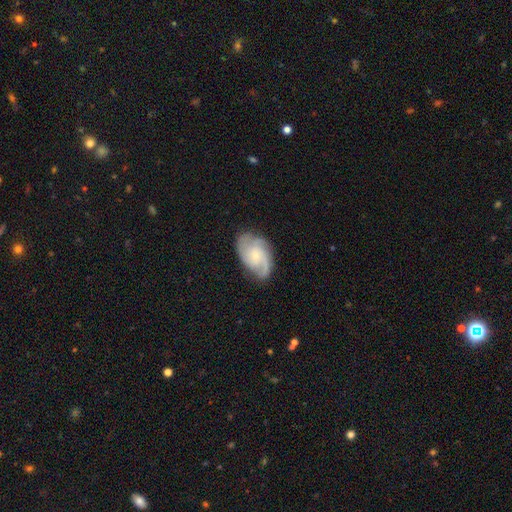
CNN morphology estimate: smooth_or_featured: featured or disk (p=0.81) [alt: smooth p=0.13]
disk_edge_on: no (p=0.97) [alt: yes p=0.03]
bar: no (p=0.67) [alt: weak p=0.28]
has_spiral_arms: yes (p=0.96) [alt: no p=0.04]
spiral_winding: medium (p=0.49) [alt: tight p=0.34]
spiral_arm_count: 2 (p=0.48) [alt: 3 p=0.26]
bulge_size: small (p=0.70) [alt: moderate p=0.24]
merging: none (p=0.73) [alt: minor disturbance p=0.19]